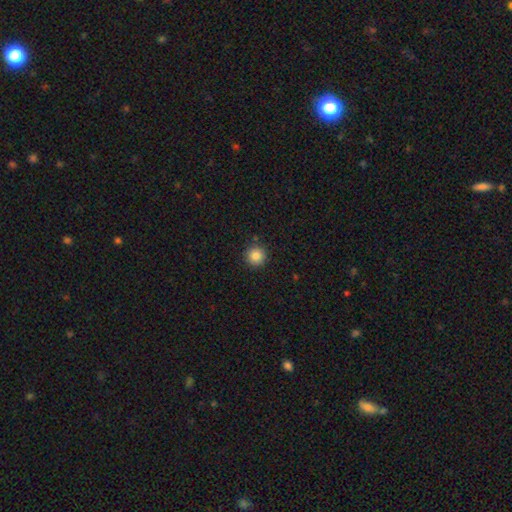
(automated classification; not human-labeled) smooth 85%, star or artifact 10%, featured or disk 5%. Down the decision tree: how rounded — round (95%); merging — none (91%).